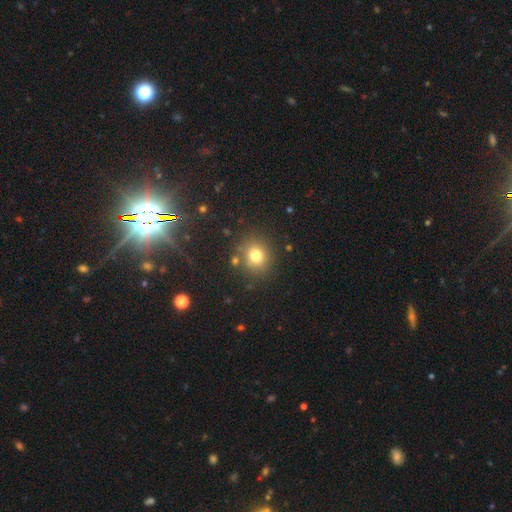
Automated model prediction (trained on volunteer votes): Smooth or featured? Predicted: smooth (p=0.76). How rounded? Predicted: round (p=0.81). Merging? Predicted: none (p=0.81).